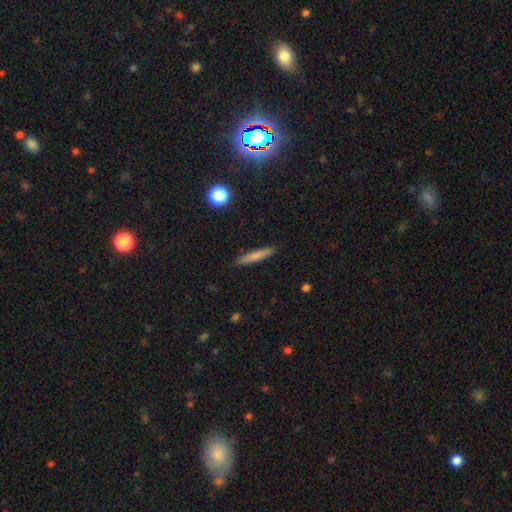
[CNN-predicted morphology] A smooth galaxy with no disk features (74%) that is cigar-shaped (92%).

Vote fractions:
- Smooth or featured? smooth: 74% / featured or disk: 18% / star or artifact: 7%
- How rounded? cigar-shaped: 92% / in between: 6% / round: 2%
- Merging? none: 90% / minor disturbance: 7% / major disturbance: 2% / merger: 1%